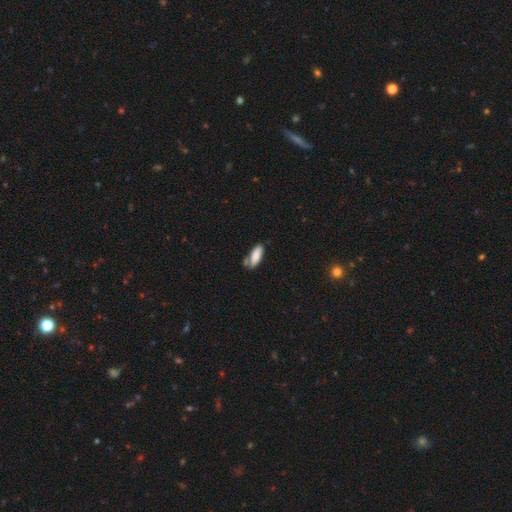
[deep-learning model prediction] smooth 85%, featured or disk 8%, star or artifact 7%. Down the decision tree: how rounded — in between (70%); merging — none (60%).